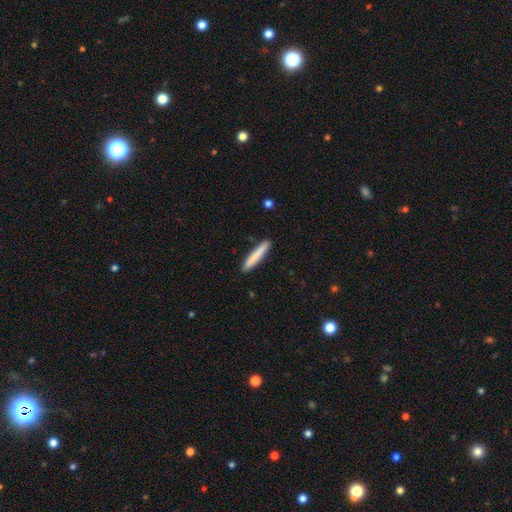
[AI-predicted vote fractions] smooth-or-featured: smooth: 81% | featured or disk: 14% | star or artifact: 5%
  how-rounded: cigar-shaped: 94% | in between: 5% | round: 1%
  merging: none: 90% | minor disturbance: 7% | major disturbance: 1% | merger: 1%